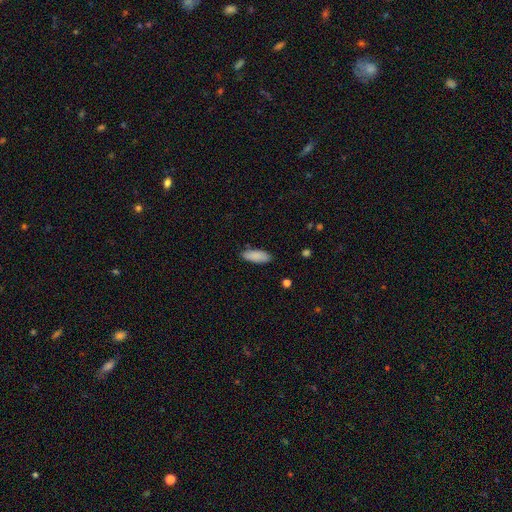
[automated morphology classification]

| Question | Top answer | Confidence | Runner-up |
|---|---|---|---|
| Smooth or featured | smooth | 88% | star or artifact (6%) |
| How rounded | in between | 73% | cigar-shaped (26%) |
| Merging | none | 85% | minor disturbance (11%) |